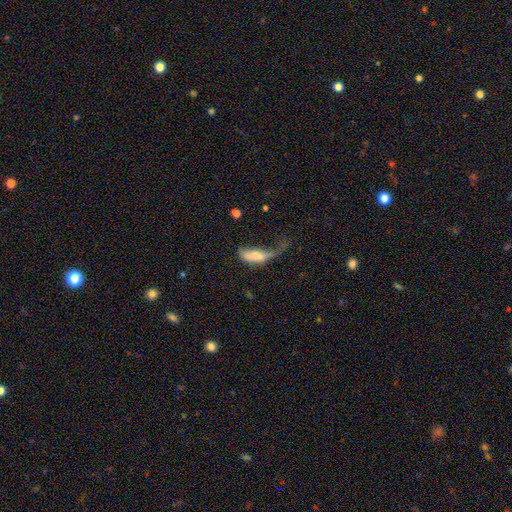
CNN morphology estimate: Smooth or featured? smooth (68%)
How rounded? in between (73%)
Merging? major disturbance (60%)